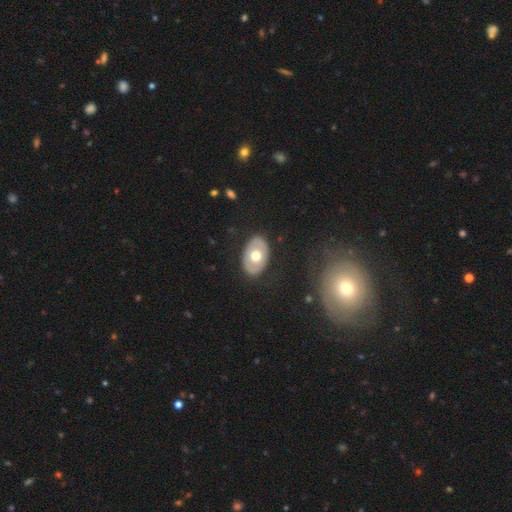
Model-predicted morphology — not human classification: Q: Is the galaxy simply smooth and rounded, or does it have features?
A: smooth — 50%.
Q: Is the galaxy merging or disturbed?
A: none — 86%.